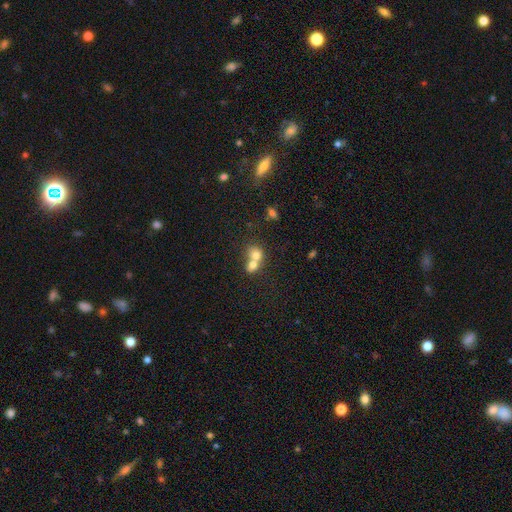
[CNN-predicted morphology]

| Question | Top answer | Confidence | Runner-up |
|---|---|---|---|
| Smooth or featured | smooth | 70% | featured or disk (19%) |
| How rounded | round | 62% | in between (37%) |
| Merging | merger | 69% | none (23%) |